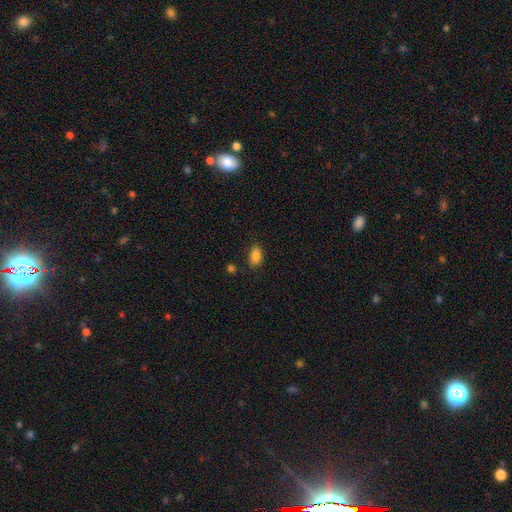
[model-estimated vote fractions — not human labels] Smooth or featured? smooth (86%)
How rounded? in between (91%)
Merging? none (80%)